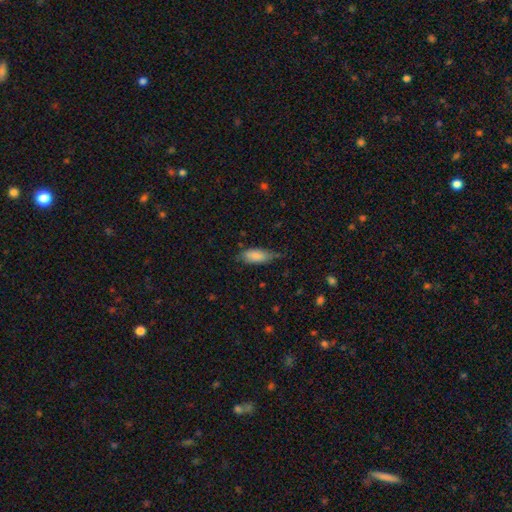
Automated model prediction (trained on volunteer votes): Morphology: type=smooth (85%); roundness=in between (82%); merging=none (57%).